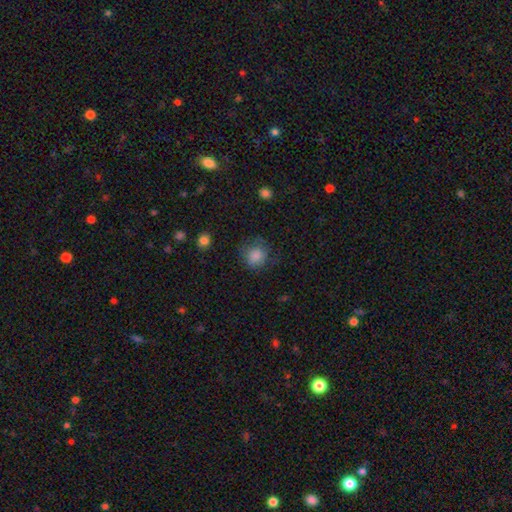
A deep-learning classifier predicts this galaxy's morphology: smooth_or_featured: smooth (p=0.84) [alt: star or artifact p=0.09]
how_rounded: round (p=0.80) [alt: in between p=0.19]
merging: none (p=0.66) [alt: minor disturbance p=0.22]